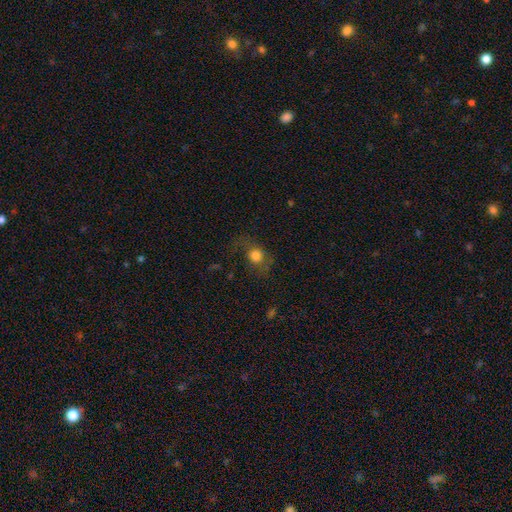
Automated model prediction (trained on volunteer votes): The model was most divided on "merging": none: 52%, major disturbance: 24%, minor disturbance: 21%, merger: 2%. More confident: how rounded — round (74%); smooth or featured — smooth (70%).